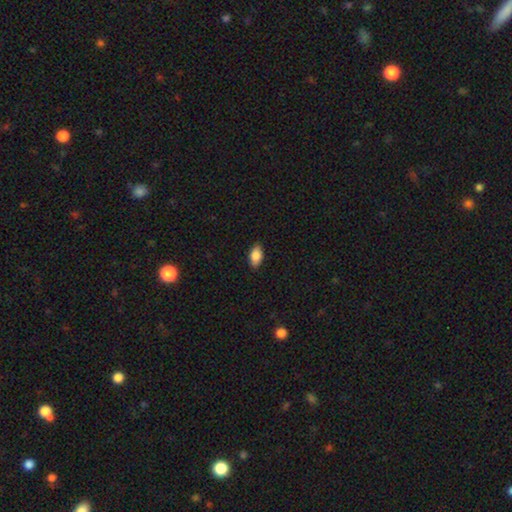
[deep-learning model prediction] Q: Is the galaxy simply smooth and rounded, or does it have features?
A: smooth — 86%.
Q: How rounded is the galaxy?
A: in between — 91%.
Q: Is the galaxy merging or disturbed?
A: none — 87%.